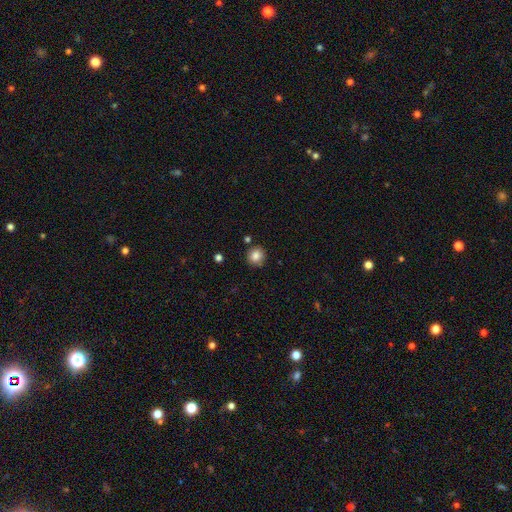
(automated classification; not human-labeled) This is clearly a smooth galaxy (84%). How rounded: clearly round (90%). Merging: clearly none (86%).